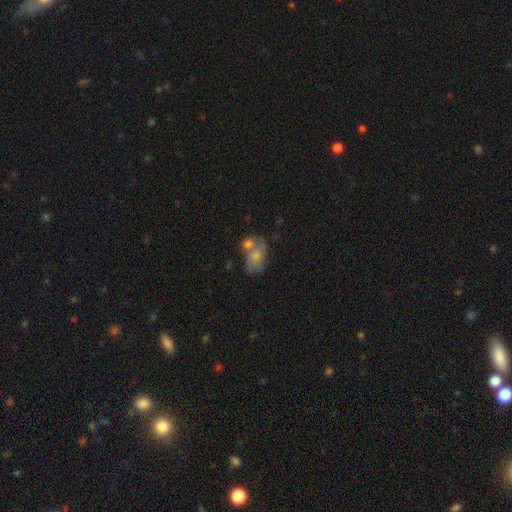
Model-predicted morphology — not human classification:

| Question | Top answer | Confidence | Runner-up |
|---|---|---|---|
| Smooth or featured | smooth | 66% | featured or disk (25%) |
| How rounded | in between | 80% | round (18%) |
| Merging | merger | 48% | none (29%) |